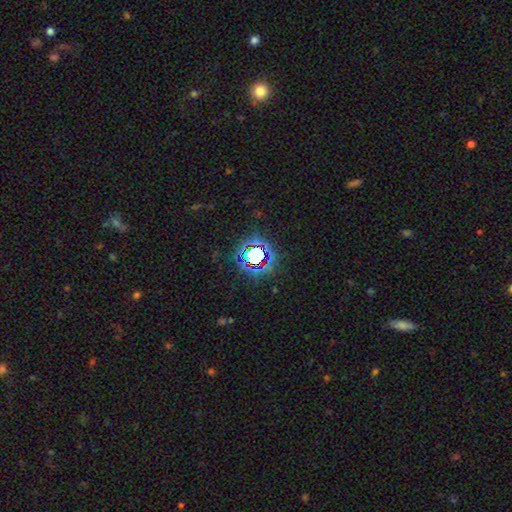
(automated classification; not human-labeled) This appears to be a star or artifact, not a galaxy (70%).